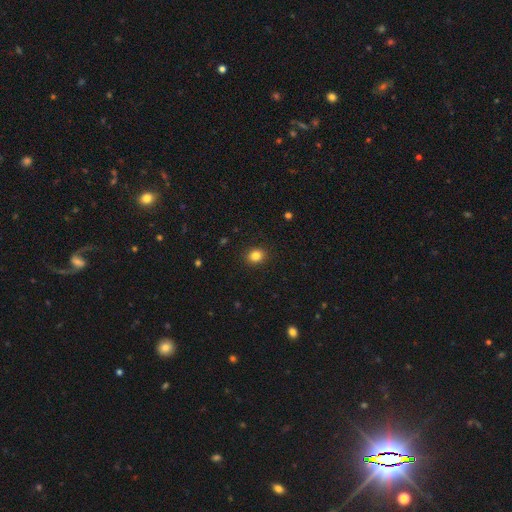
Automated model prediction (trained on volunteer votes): Smooth or featured? smooth (84%)
How rounded? round (68%)
Merging? none (91%)